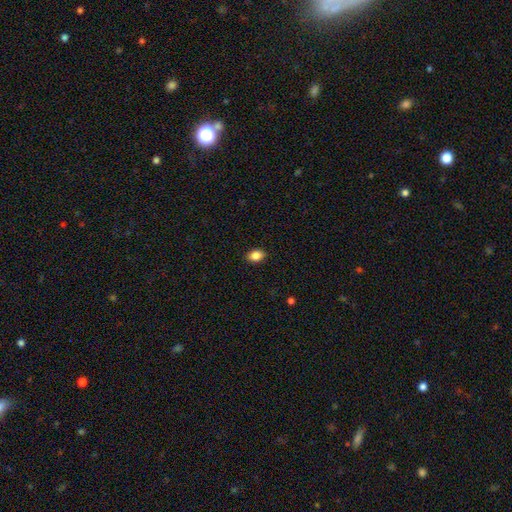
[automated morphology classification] Q: Smooth or featured?
A: smooth (86%); runner-up: star or artifact (9%)
Q: How rounded?
A: in between (78%); runner-up: round (20%)
Q: Merging?
A: none (89%); runner-up: minor disturbance (8%)